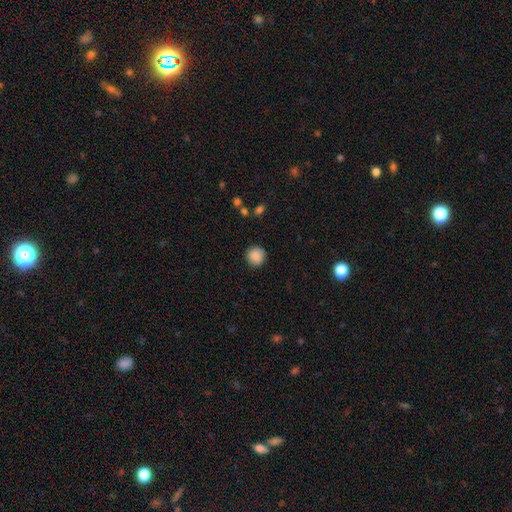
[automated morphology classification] smooth 88%, star or artifact 8%, featured or disk 3%. Down the decision tree: how rounded — round (93%); merging — none (90%).